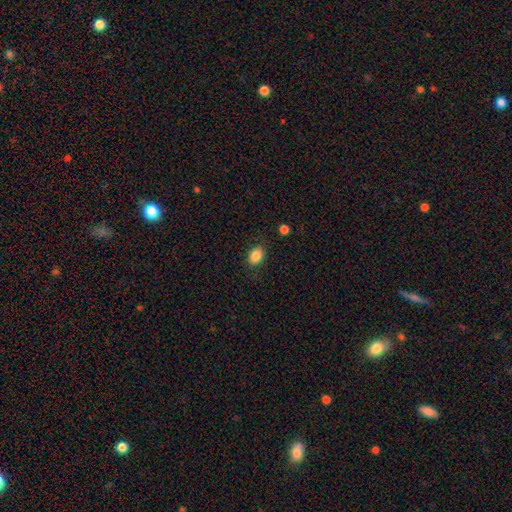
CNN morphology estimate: type=smooth (86%); roundness=in between (73%); merging=none (84%).